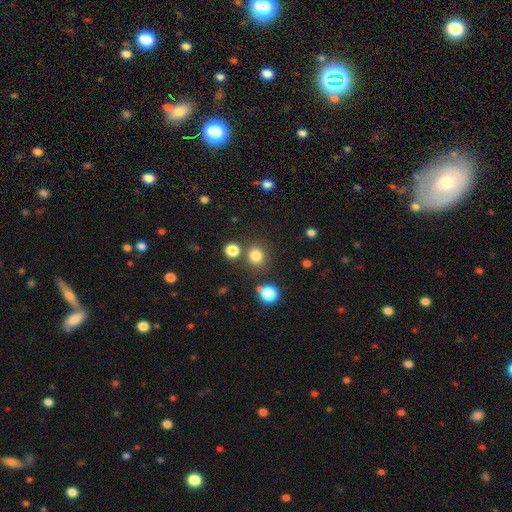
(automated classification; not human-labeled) Smooth or featured: smooth — 79% (star or artifact — 16%)
How rounded: round — 86% (in between — 13%)
Merging: none — 81% (minor disturbance — 8%)